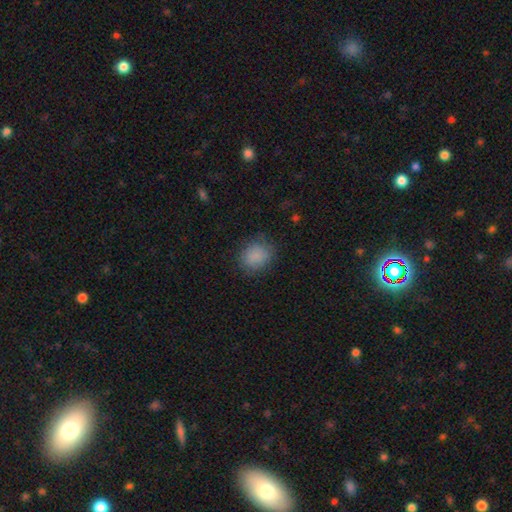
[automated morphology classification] Q: Smooth or featured?
A: smooth (86%); runner-up: star or artifact (9%)
Q: How rounded?
A: round (64%); runner-up: in between (35%)
Q: Merging?
A: none (79%); runner-up: minor disturbance (15%)